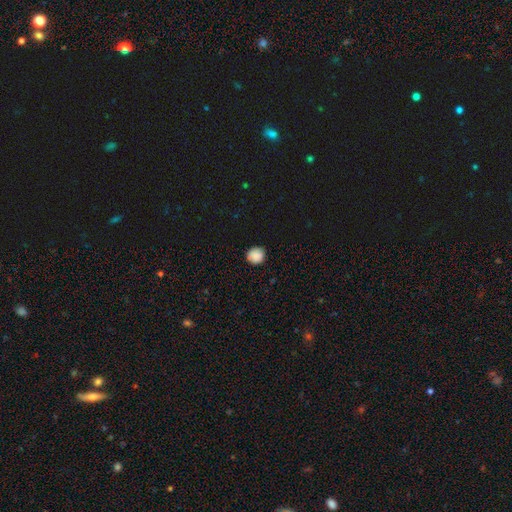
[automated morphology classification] This appears to be a smooth galaxy with no disk features (87%) that is round (89%). Merging: none (87%).